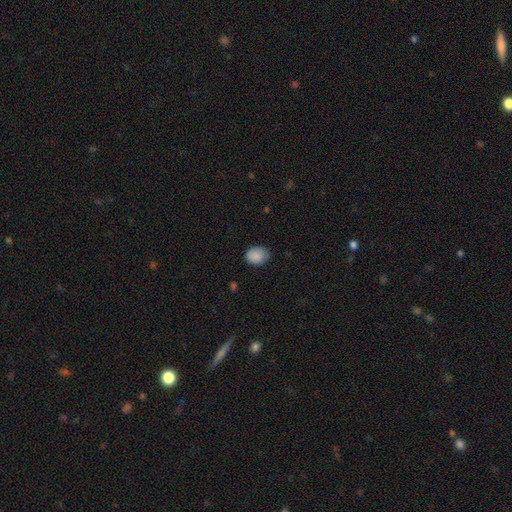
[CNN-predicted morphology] Smooth or featured? smooth (88%)
How rounded? in between (59%)
Merging? none (76%)